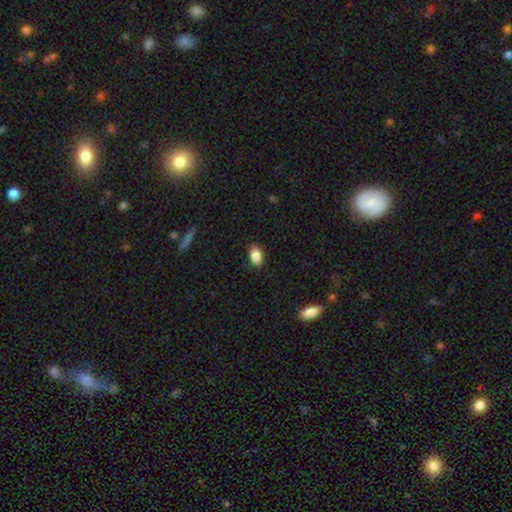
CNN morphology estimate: Q: Smooth or featured?
A: smooth (86%); runner-up: star or artifact (8%)
Q: How rounded?
A: in between (89%); runner-up: round (9%)
Q: Merging?
A: none (86%); runner-up: minor disturbance (11%)